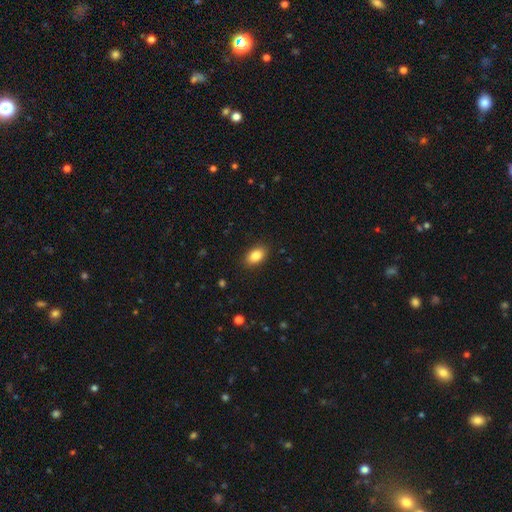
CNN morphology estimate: A smooth galaxy with no disk features (87%) that is in between round and cigar-shaped (89%). Merging: none (88%).